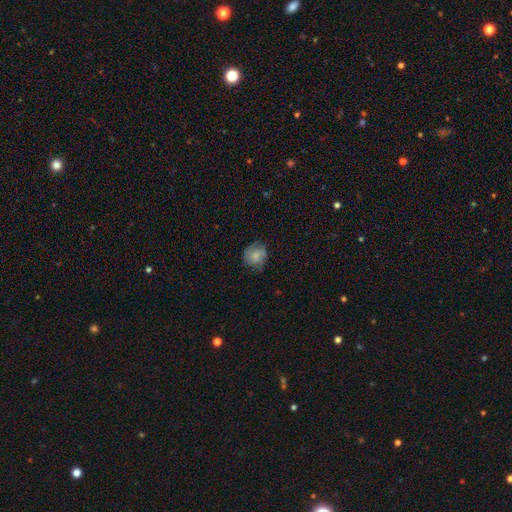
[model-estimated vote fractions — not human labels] smooth 70%, featured or disk 22%, star or artifact 8%. Down the decision tree: how rounded — round (78%); merging — none (68%).